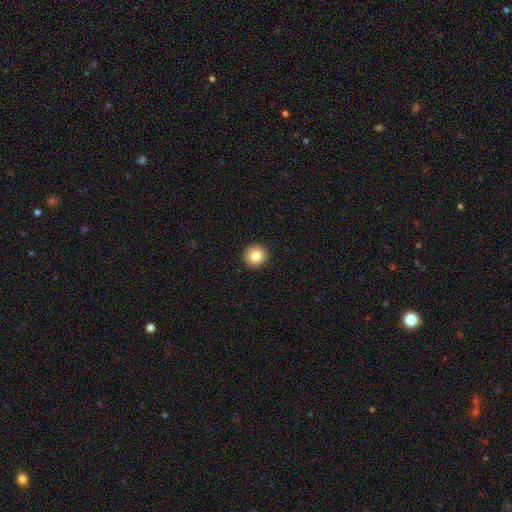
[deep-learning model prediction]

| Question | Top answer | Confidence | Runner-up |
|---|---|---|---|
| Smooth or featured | smooth | 83% | star or artifact (9%) |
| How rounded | round | 92% | in between (7%) |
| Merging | none | 93% | minor disturbance (5%) |